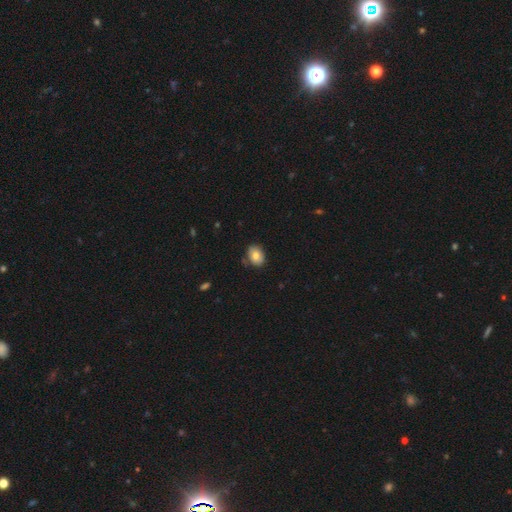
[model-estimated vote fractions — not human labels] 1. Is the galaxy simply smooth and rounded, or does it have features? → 78% smooth, 13% featured or disk, 8% star or artifact.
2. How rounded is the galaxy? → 65% in between, 34% round, 1% cigar-shaped.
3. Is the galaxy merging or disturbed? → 75% none, 18% minor disturbance, 4% major disturbance, 3% merger.